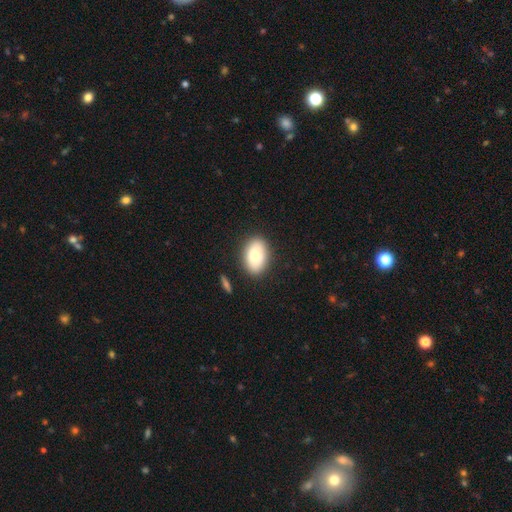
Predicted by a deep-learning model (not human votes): Smooth or featured: smooth — 80% (featured or disk — 13%)
How rounded: in between — 89% (round — 9%)
Merging: none — 86% (minor disturbance — 9%)